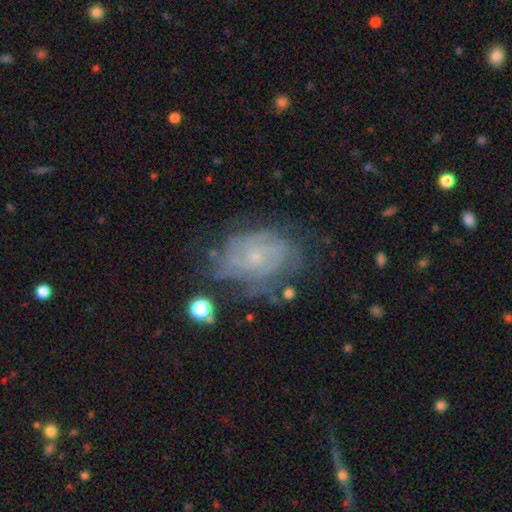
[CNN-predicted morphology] Smooth or featured: featured or disk — 75% (smooth — 14%)
Edge-on disk: no — 97% (yes — 3%)
Bar: no — 74% (weak — 23%)
Spiral arms: yes — 87% (no — 13%)
Spiral winding: tight — 62% (medium — 29%)
Spiral arm count: can't tell — 49% (2 — 14%)
Bulge size: small — 77% (moderate — 16%)
Merging: none — 60% (minor disturbance — 23%)